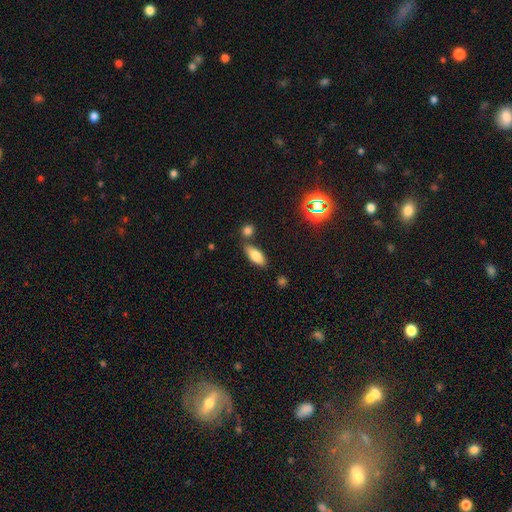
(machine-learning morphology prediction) Smooth or featured? Predicted: smooth (p=0.76). How rounded? Predicted: in between (p=0.77). Merging? Predicted: none (p=0.68).